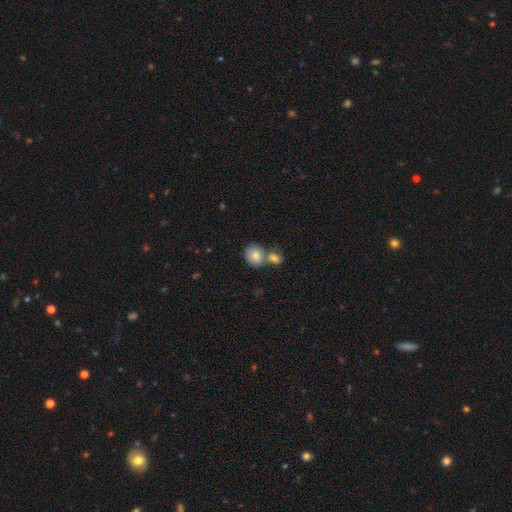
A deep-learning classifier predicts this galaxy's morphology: type=smooth (83%); roundness=round (67%); merging=merger (50%).